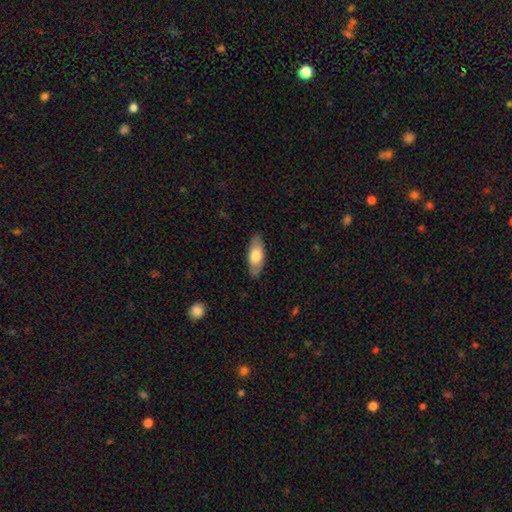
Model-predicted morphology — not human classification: Overall: smooth (71%). How rounded: in between (81%). Merging: none (84%).